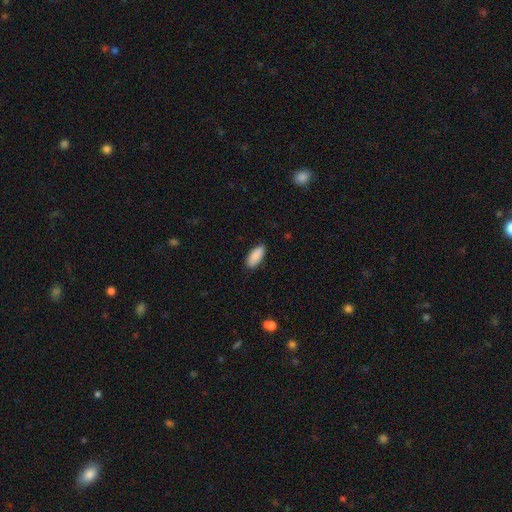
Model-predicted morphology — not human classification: A smooth galaxy with no disk features (90%) that is in between round and cigar-shaped (88%). Merging: none (87%).